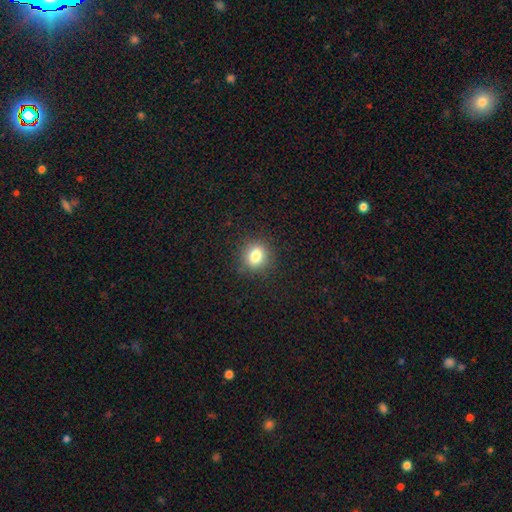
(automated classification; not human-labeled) smooth 81%, star or artifact 12%, featured or disk 7%. Down the decision tree: how rounded — round (74%); merging — none (88%).